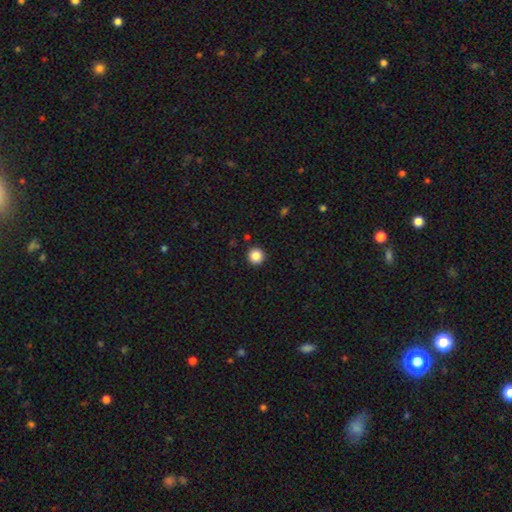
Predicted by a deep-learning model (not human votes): A smooth galaxy with no disk features (86%) that is round (95%).

Vote fractions:
- Smooth or featured? smooth: 86% / star or artifact: 10% / featured or disk: 4%
- How rounded? round: 95% / in between: 4% / cigar-shaped: 1%
- Merging? none: 93% / minor disturbance: 4% / major disturbance: 2% / merger: 1%